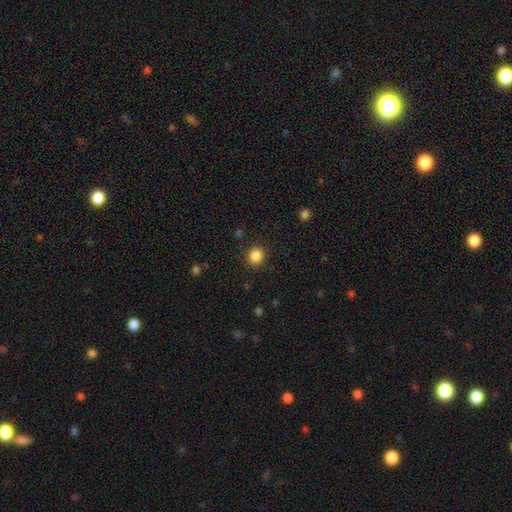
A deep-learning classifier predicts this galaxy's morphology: smooth-or-featured: smooth: 86% | star or artifact: 11% | featured or disk: 4%
  how-rounded: round: 89% | in between: 10% | cigar-shaped: 1%
  merging: none: 90% | minor disturbance: 7% | major disturbance: 2% | merger: 1%